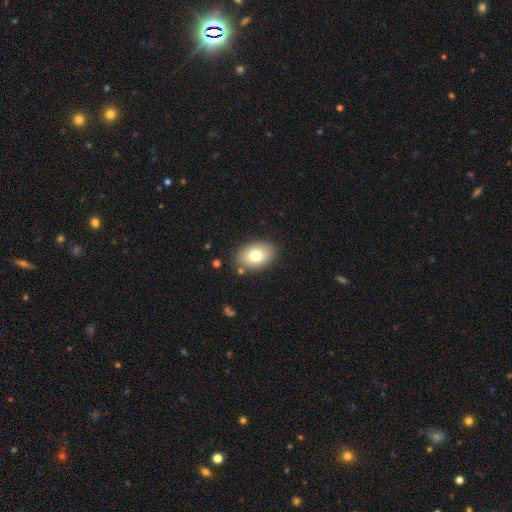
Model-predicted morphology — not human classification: Smooth or featured? Predicted: smooth (p=0.78). How rounded? Predicted: in between (p=0.86). Merging? Predicted: none (p=0.86).